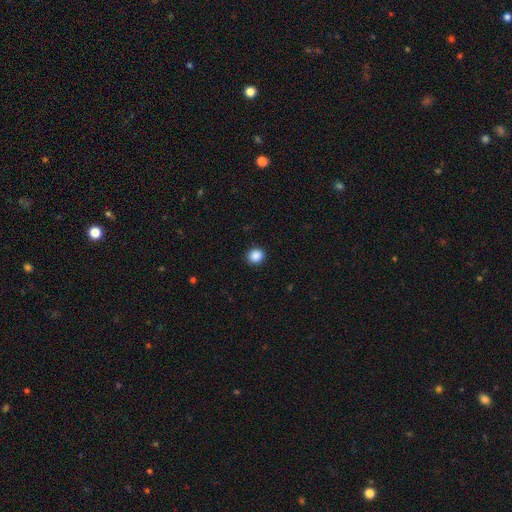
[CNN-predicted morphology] Overall: smooth (88%). How rounded: round (78%). Merging: none (91%).